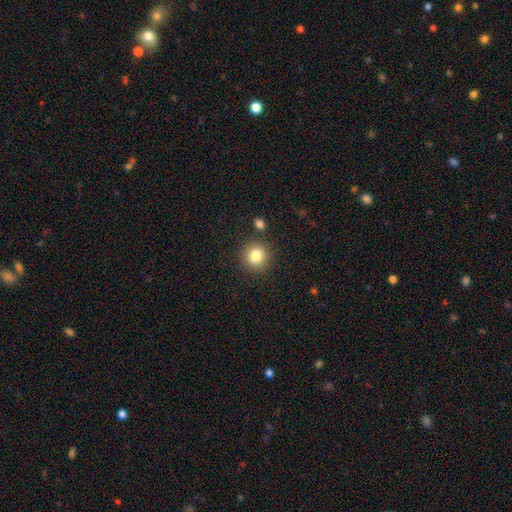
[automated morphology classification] Smooth or featured? Predicted: smooth (p=0.83). How rounded? Predicted: round (p=0.91). Merging? Predicted: none (p=0.87).